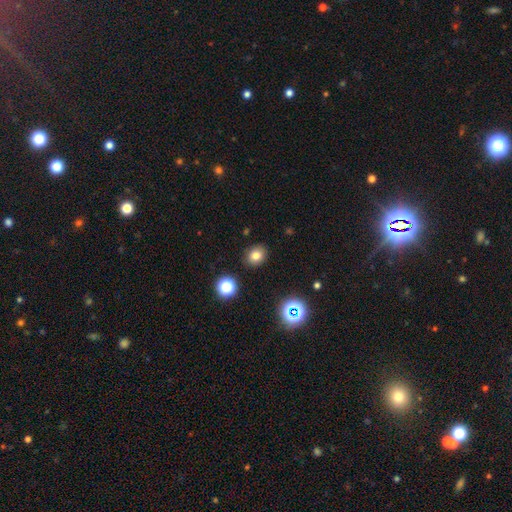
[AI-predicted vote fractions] Smooth or featured? smooth (77%)
How rounded? round (57%)
Merging? none (88%)